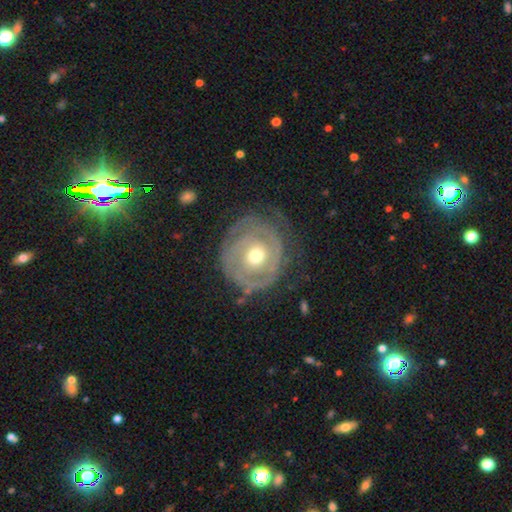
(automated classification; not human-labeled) smooth-or-featured: featured or disk: 73% | smooth: 21% | star or artifact: 6%
  disk-edge-on: no: 96% | yes: 4%
    bar: no: 77% | weak: 18% | strong: 5%
    has-spiral-arms: yes: 70% | no: 30%
    bulge-size: moderate: 69% | small: 23% | large: 6% | dominant: 1% | none: 1%
  merging: none: 64% | minor disturbance: 22% | major disturbance: 13% | merger: 2%